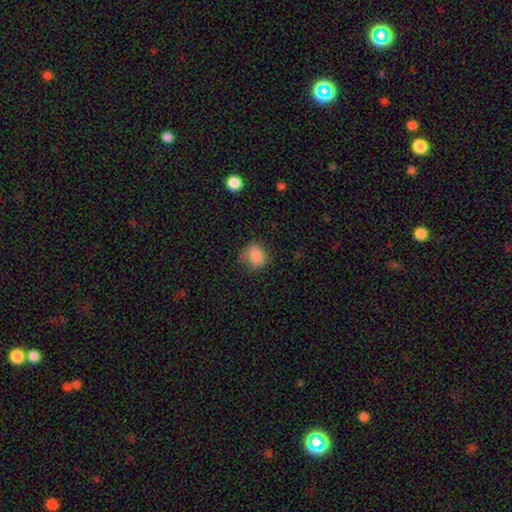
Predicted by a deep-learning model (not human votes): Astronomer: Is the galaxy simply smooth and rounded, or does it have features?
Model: smooth — 85%.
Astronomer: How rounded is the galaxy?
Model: round — 80%.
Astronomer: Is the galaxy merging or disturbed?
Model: none — 67%.